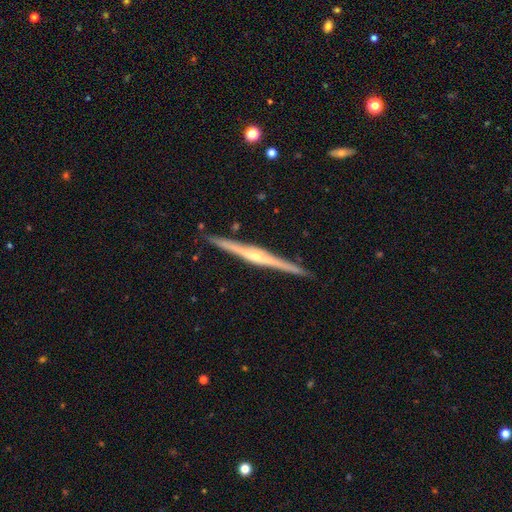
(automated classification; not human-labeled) smooth-or-featured: featured or disk: 83% | smooth: 12% | star or artifact: 5%
  disk-edge-on: yes: 98% | no: 2%
    edge-on-bulge: rounded: 79% | none: 11% | boxy: 9%
  merging: none: 91% | minor disturbance: 7% | major disturbance: 1% | merger: 1%